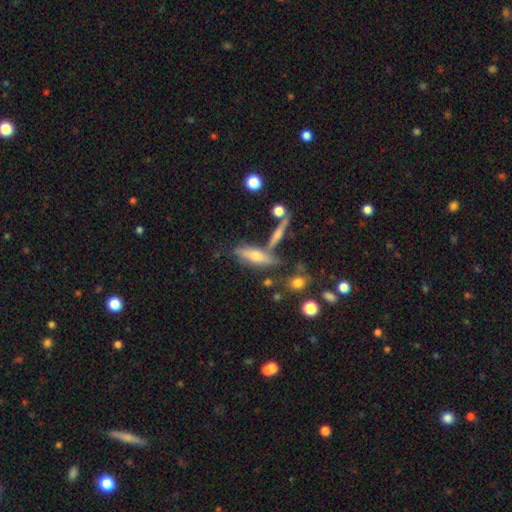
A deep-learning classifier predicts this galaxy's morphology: smooth_or_featured: smooth (p=0.49) [alt: featured or disk p=0.41]
merging: none (p=0.56) [alt: merger p=0.22]